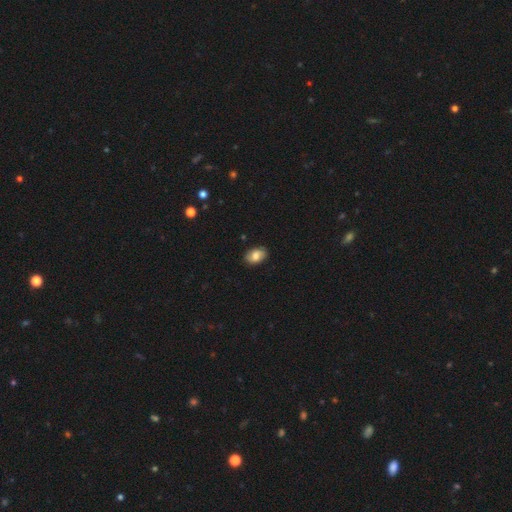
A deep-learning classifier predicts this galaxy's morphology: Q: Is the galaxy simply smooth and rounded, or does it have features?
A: smooth — 77%.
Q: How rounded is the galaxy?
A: in between — 87%.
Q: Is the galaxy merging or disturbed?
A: none — 87%.